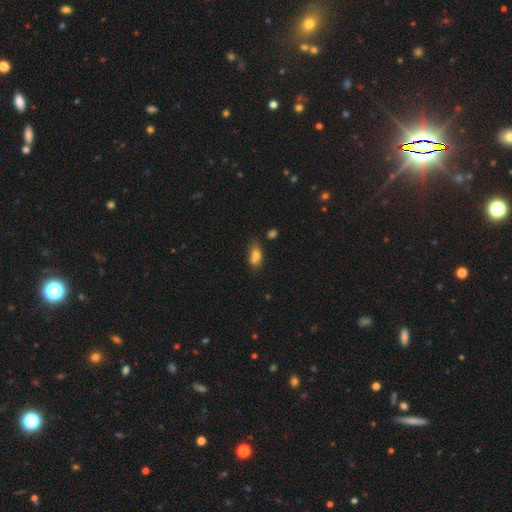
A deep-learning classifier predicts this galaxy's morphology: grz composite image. It shows a smooth galaxy with no disk features (75%) that is in between round and cigar-shaped (82%). Merging: none (50%).